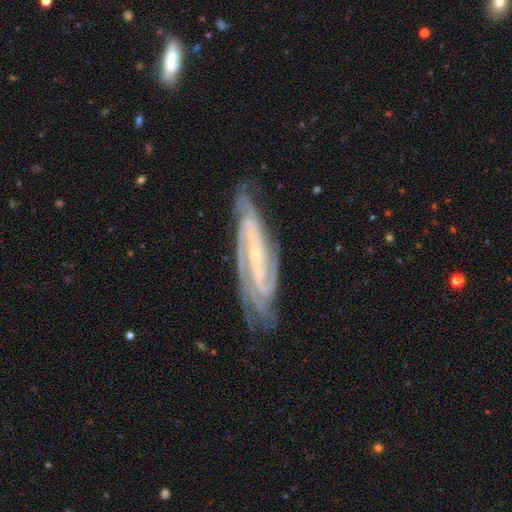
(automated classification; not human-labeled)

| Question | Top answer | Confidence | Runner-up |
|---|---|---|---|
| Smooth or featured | featured or disk | 89% | star or artifact (6%) |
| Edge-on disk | no | 85% | yes (15%) |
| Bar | strong | 36% | no (34%) |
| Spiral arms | yes | 98% | no (2%) |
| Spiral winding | tight | 63% | medium (31%) |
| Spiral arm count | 2 | 28% | 3 (23%) |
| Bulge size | small | 82% | moderate (13%) |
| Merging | none | 78% | minor disturbance (16%) |